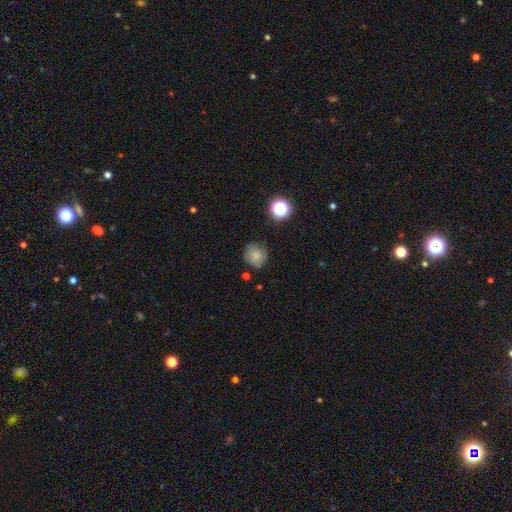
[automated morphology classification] This appears to be a smooth galaxy with no disk features (77%) that is round (88%). Merging: none (77%).